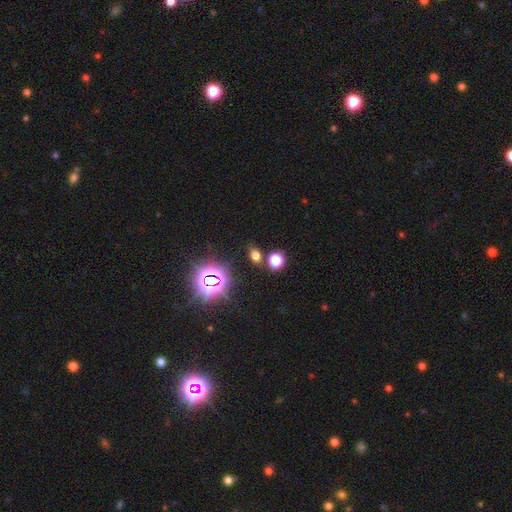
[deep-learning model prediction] Smooth or featured? Predicted: smooth (p=0.59). How rounded? Predicted: in between (p=0.62). Merging? Predicted: none (p=0.78).